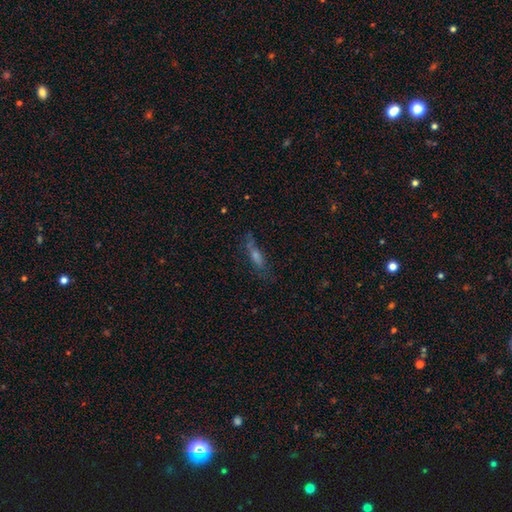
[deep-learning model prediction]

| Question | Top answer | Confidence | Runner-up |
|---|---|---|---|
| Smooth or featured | featured or disk | 42% | smooth (38%) |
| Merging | none | 68% | minor disturbance (20%) |